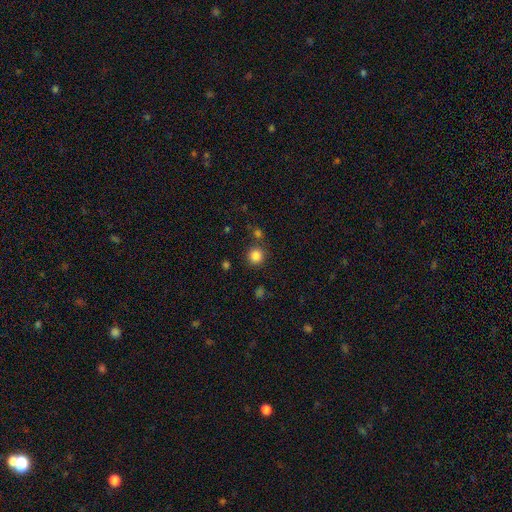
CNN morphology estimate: type=smooth (84%); roundness=round (93%); merging=none (81%).